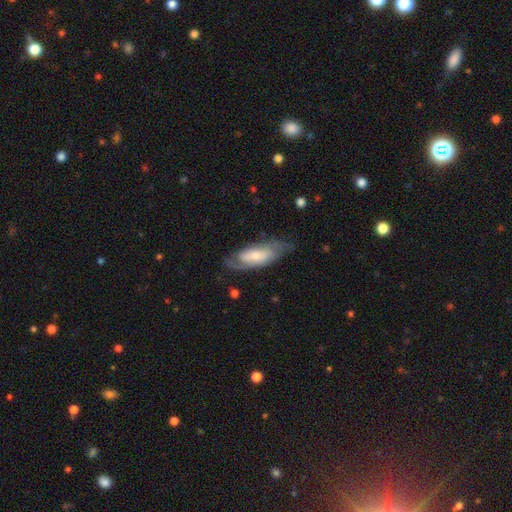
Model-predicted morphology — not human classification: Smooth or featured?
  - featured or disk: 57% *
  - smooth: 38%
  - star or artifact: 6%
Edge-on disk?
  - no: 84% *
  - yes: 16%
Merging?
  - none: 66% *
  - minor disturbance: 23%
  - major disturbance: 10%
  - merger: 2%